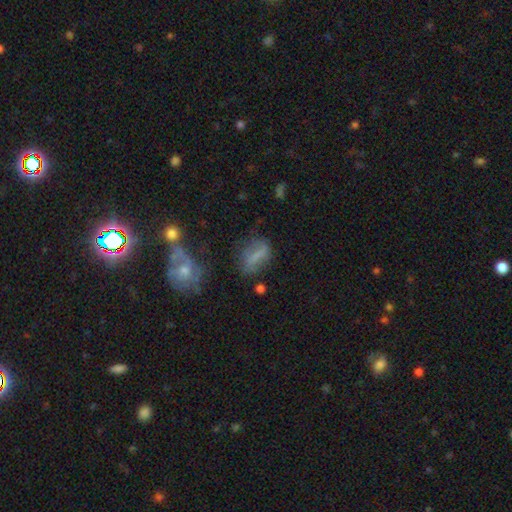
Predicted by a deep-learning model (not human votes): This is possibly a smooth galaxy (59%). How rounded: likely in between (69%). Merging: possibly none (54%).